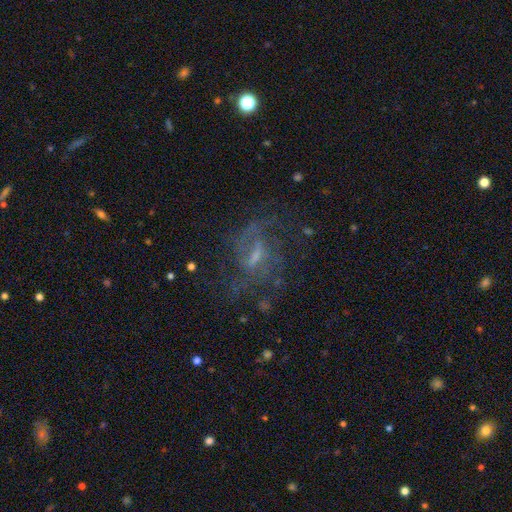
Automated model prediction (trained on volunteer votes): smooth-or-featured: featured or disk: 72% | smooth: 15% | star or artifact: 13%
  disk-edge-on: no: 93% | yes: 7%
    bar: weak: 51% | strong: 27% | no: 22%
    has-spiral-arms: yes: 76% | no: 24%
      spiral-winding: medium: 43% | loose: 35% | tight: 22%
      spiral-arm-count: 2: 37% (tied) | can't tell: 37% (tied) | 3: 10% | 1: 8% | 4: 5% | more than 4: 3%
    bulge-size: small: 47% | moderate: 29% | none: 19% | large: 3% | dominant: 1%
  merging: none: 54% | major disturbance: 25% | minor disturbance: 19% | merger: 3%